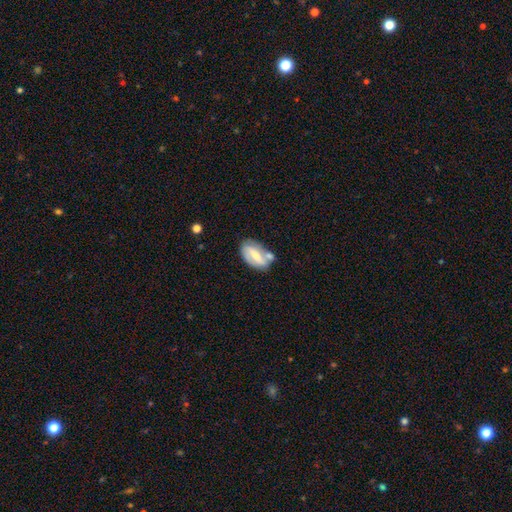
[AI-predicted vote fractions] Smooth or featured? featured or disk (57%)
Edge-on disk? no (91%)
Bar? strong (45%)
Spiral arms? yes (65%)
Bulge size? moderate (50%)
Merging? none (51%)